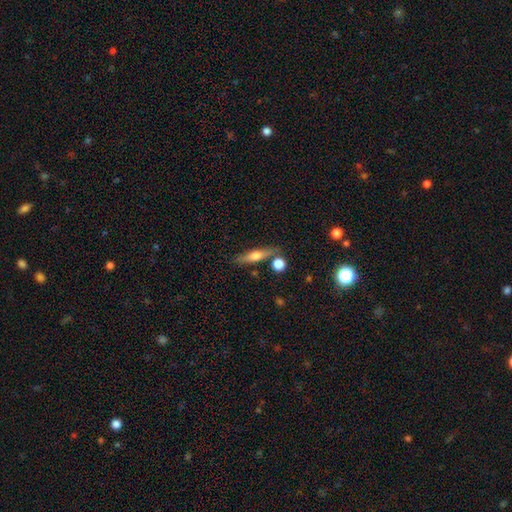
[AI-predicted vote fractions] Smooth or featured?
  - featured or disk: 47% *
  - smooth: 46%
  - star or artifact: 7%
Merging?
  - none: 78% *
  - minor disturbance: 11%
  - merger: 8%
  - major disturbance: 3%